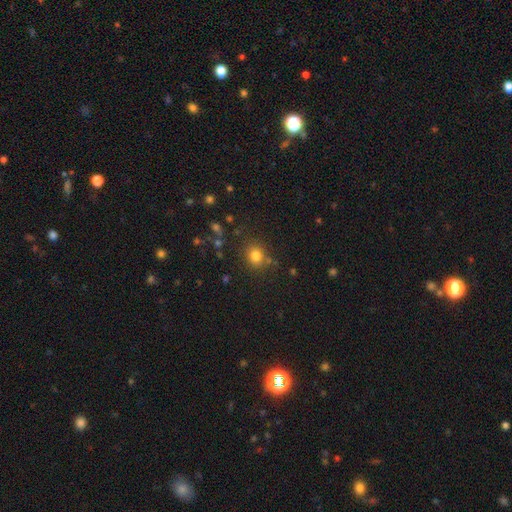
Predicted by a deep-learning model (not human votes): This appears to be a smooth galaxy with no disk features (79%) that is round (72%). Merging: none (77%).